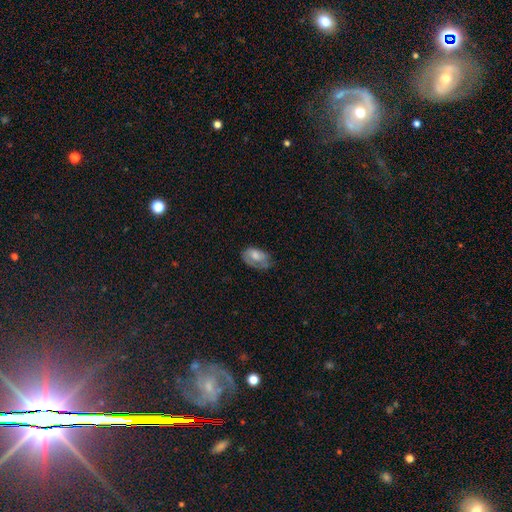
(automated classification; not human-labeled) Smooth or featured?
  - smooth: 60% *
  - featured or disk: 32%
  - star or artifact: 8%
How rounded?
  - in between: 89% *
  - round: 9%
  - cigar-shaped: 2%
Merging?
  - none: 38% *
  - minor disturbance: 36%
  - major disturbance: 24%
  - merger: 2%